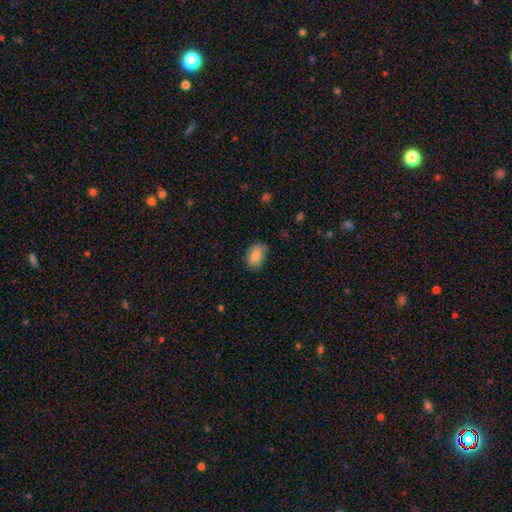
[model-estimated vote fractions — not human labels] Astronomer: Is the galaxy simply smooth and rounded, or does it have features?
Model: smooth — 85%.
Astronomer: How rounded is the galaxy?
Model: in between — 86%.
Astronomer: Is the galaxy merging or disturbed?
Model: none — 75%.